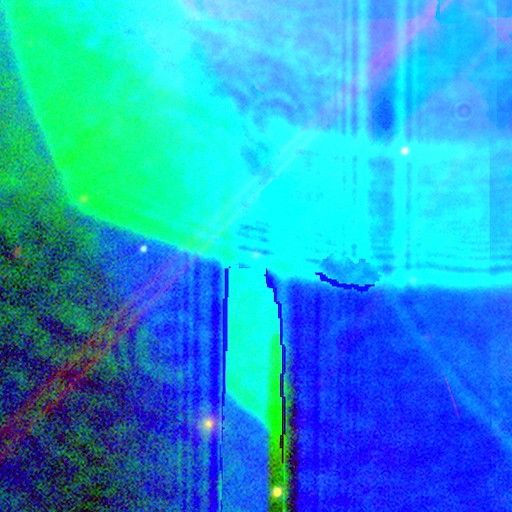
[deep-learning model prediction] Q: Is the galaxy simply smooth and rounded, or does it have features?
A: star or artifact — 88%.